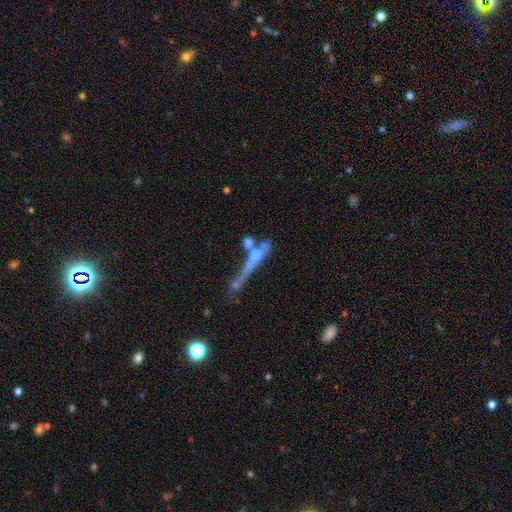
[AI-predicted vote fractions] Smooth or featured?
  - featured or disk: 55% *
  - smooth: 32%
  - star or artifact: 13%
Edge-on disk?
  - yes: 59% *
  - no: 41%
Merging?
  - merger: 37% *
  - none: 25%
  - major disturbance: 23%
  - minor disturbance: 14%